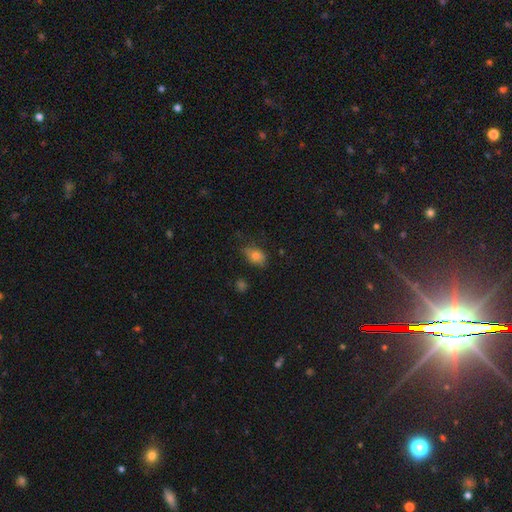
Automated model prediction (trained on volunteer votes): smooth-or-featured: smooth: 75% | featured or disk: 14% | star or artifact: 11%
  how-rounded: in between: 76% | round: 22% | cigar-shaped: 2%
  merging: none: 64% | minor disturbance: 28% | major disturbance: 7% | merger: 2%